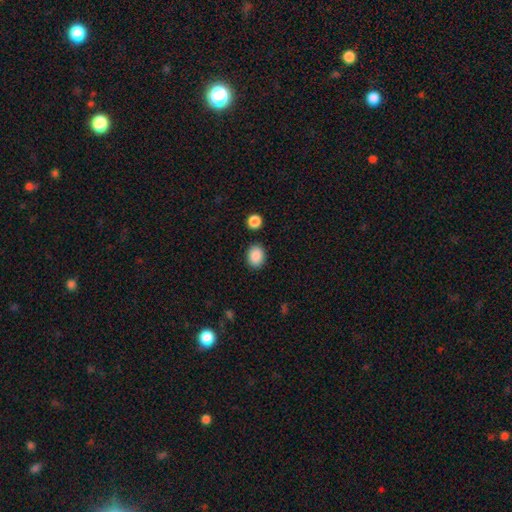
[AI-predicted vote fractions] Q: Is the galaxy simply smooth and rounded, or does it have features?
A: smooth — 88%.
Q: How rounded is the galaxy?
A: in between — 57%.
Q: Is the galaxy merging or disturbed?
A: none — 87%.